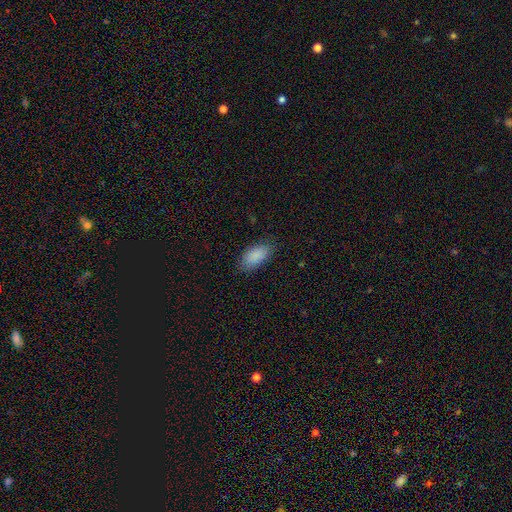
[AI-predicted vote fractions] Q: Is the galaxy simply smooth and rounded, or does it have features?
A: smooth — 89%.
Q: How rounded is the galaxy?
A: in between — 92%.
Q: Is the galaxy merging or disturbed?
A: none — 81%.